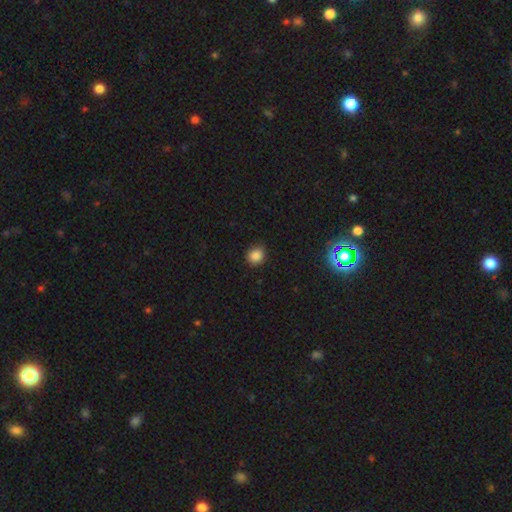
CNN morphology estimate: Overall: smooth (86%). How rounded: round (78%). Merging: none (86%).